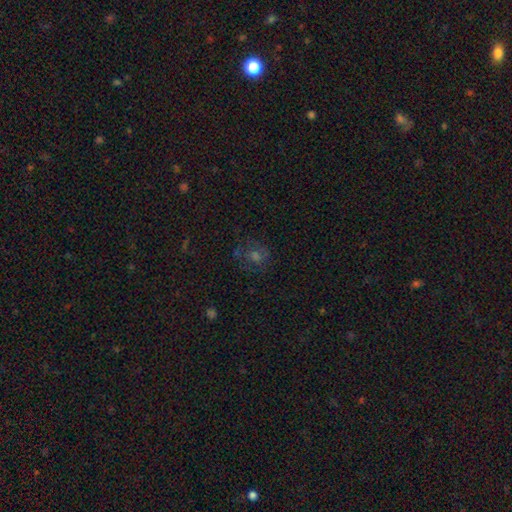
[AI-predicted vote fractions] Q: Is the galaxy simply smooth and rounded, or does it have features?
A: smooth — 39%.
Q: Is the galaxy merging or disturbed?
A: none — 70%.